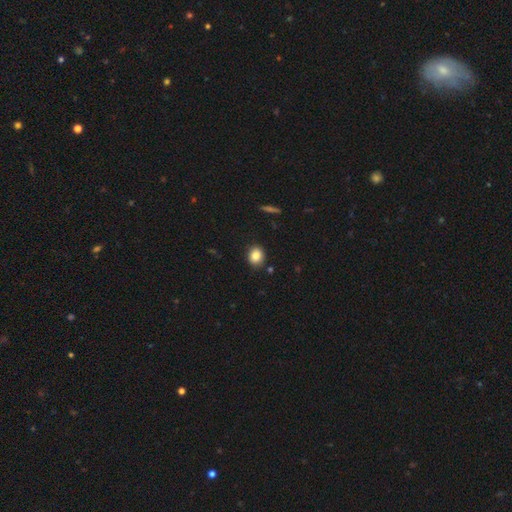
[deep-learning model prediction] The model was most divided on "how rounded": round: 66%, in between: 33%, cigar-shaped: 1%. More confident: merging — none (89%); smooth or featured — smooth (84%).